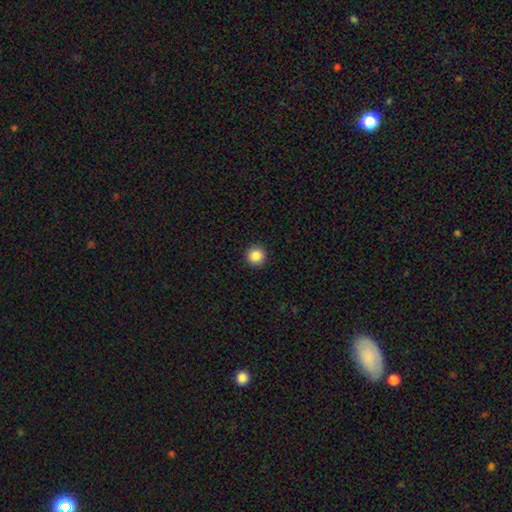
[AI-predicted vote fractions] A smooth galaxy with no disk features (87%) that is round (95%).

Vote fractions:
- Smooth or featured? smooth: 87% / star or artifact: 10% / featured or disk: 3%
- How rounded? round: 95% / in between: 4% / cigar-shaped: 1%
- Merging? none: 93% / minor disturbance: 5% / major disturbance: 2% / merger: 1%